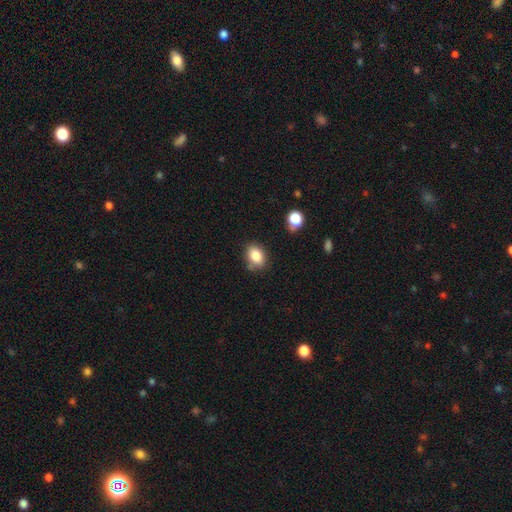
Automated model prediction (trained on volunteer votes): smooth-or-featured: smooth: 85% | star or artifact: 9% | featured or disk: 6%
  how-rounded: in between: 74% | round: 25% | cigar-shaped: 1%
  merging: none: 74% | minor disturbance: 18% | merger: 4% | major disturbance: 4%